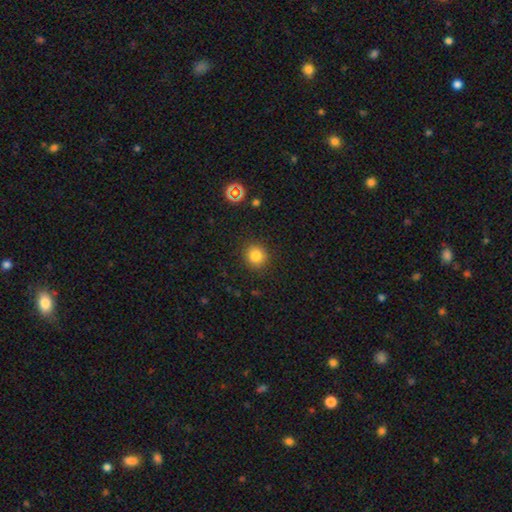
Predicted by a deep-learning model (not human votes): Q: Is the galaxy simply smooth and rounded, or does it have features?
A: smooth — 81%.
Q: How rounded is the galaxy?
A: round — 89%.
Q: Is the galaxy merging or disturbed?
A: none — 89%.